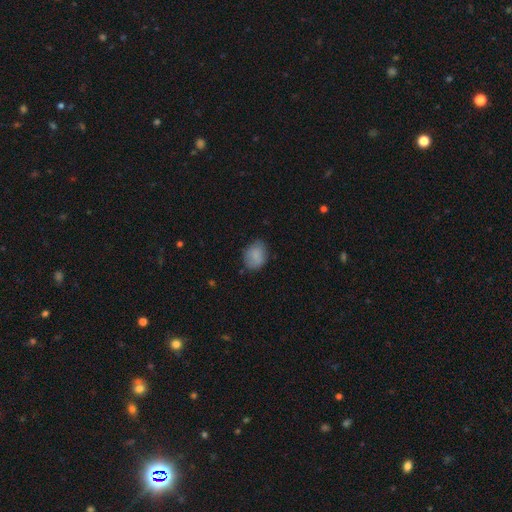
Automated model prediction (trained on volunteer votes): This appears to be a smooth galaxy with no disk features (83%) that is in between round and cigar-shaped (57%). Merging: none (74%).